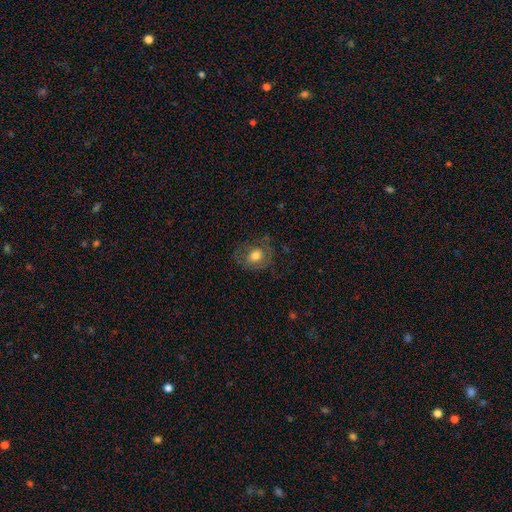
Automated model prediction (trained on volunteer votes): Smooth or featured? smooth (64%)
How rounded? round (60%)
Merging? none (64%)